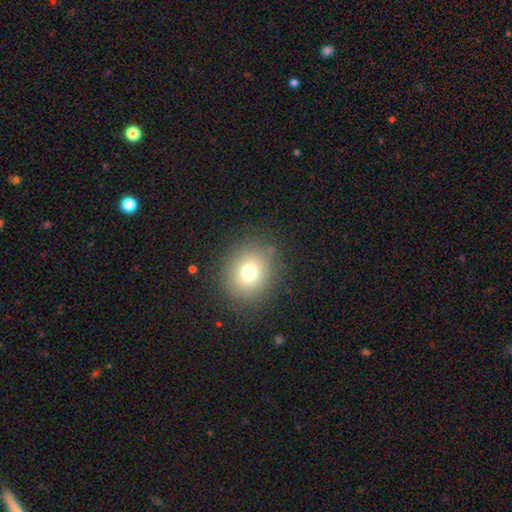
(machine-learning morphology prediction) Smooth or featured? smooth (75%)
How rounded? round (78%)
Merging? none (89%)